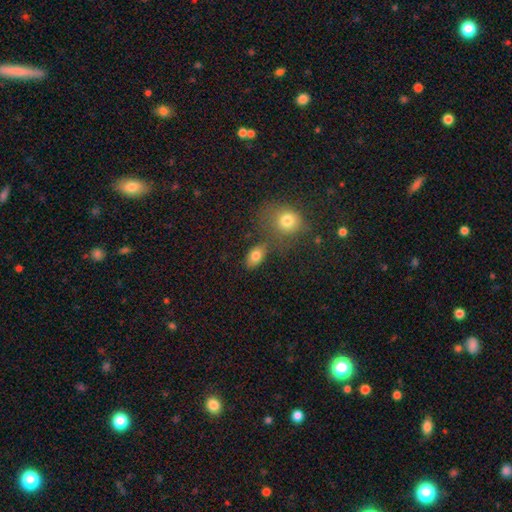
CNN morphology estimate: Q: Smooth or featured?
A: smooth (80%); runner-up: star or artifact (10%)
Q: How rounded?
A: in between (81%); runner-up: round (17%)
Q: Merging?
A: none (63%); runner-up: merger (18%)